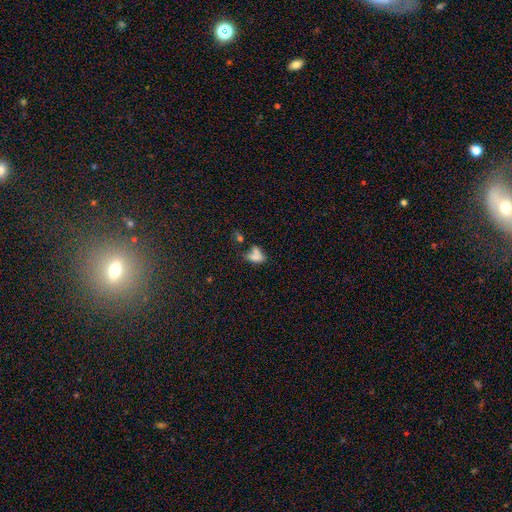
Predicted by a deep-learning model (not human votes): A smooth galaxy with no disk features (68%) that is in between round and cigar-shaped (81%). Merging: merger (37%).